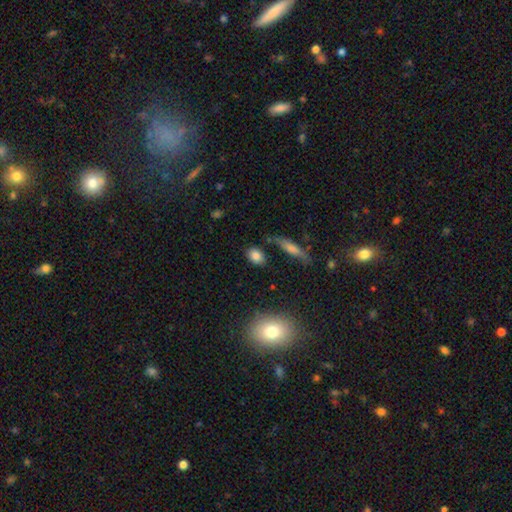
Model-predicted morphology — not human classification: Overall: smooth (83%). How rounded: in between (67%; round 29%). Merging: none (77%).